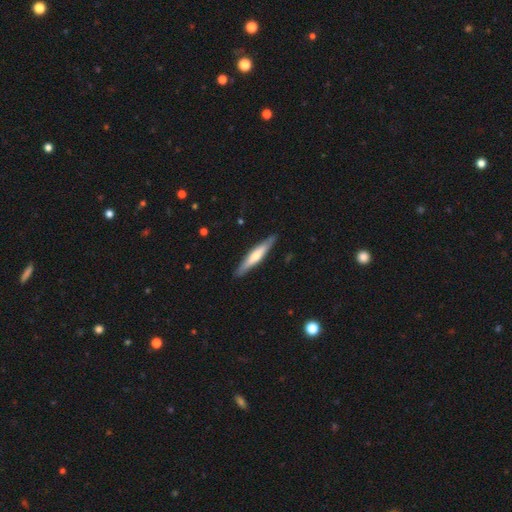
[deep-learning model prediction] smooth-or-featured: featured or disk: 50% | smooth: 45% | star or artifact: 5%
  merging: none: 89% | minor disturbance: 8% | major disturbance: 2% | merger: 1%